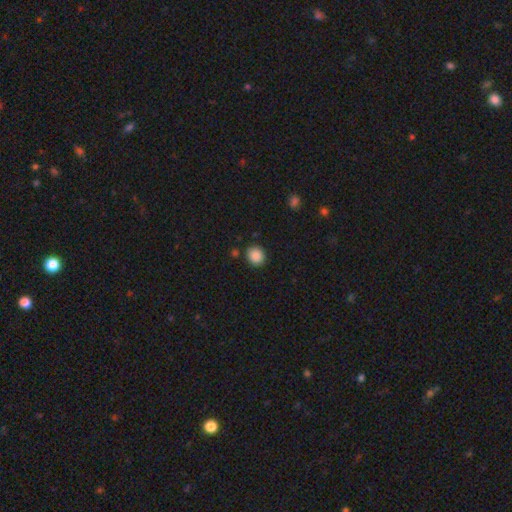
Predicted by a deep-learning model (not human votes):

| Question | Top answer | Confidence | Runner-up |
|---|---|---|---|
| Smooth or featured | smooth | 88% | star or artifact (9%) |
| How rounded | round | 76% | in between (23%) |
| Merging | none | 86% | minor disturbance (9%) |